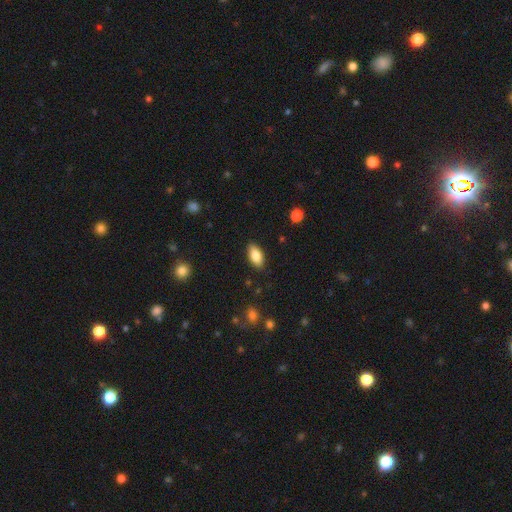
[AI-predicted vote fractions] Smooth or featured?
  - smooth: 82% *
  - featured or disk: 11%
  - star or artifact: 7%
How rounded?
  - in between: 88% *
  - cigar-shaped: 9%
  - round: 3%
Merging?
  - none: 86% *
  - minor disturbance: 10%
  - major disturbance: 2%
  - merger: 1%